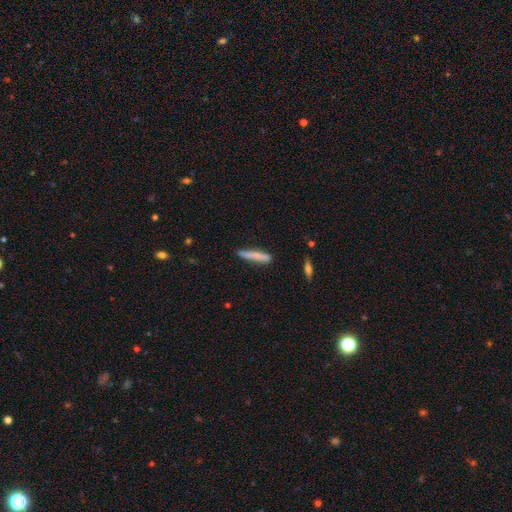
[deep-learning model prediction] A smooth galaxy with no disk features (76%) that is cigar-shaped (94%). Merging: none (84%).